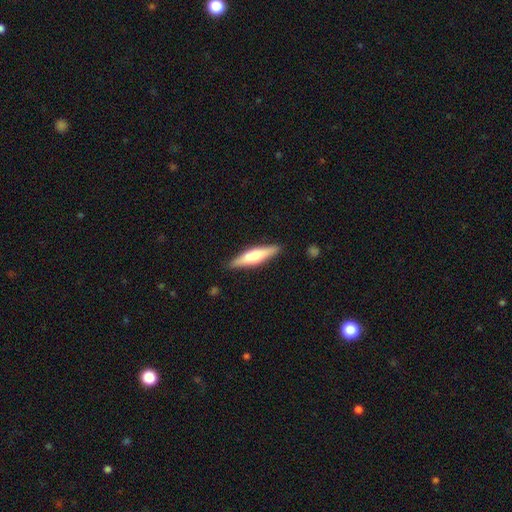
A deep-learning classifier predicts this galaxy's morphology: Smooth or featured? Predicted: smooth (p=0.50). Merging? Predicted: none (p=0.87).